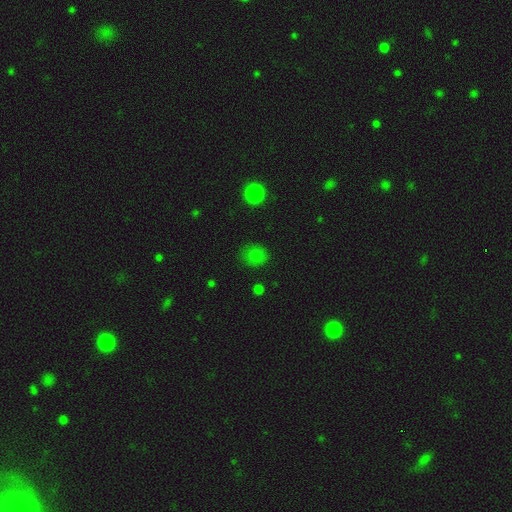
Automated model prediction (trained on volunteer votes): A smooth galaxy with no disk features (78%) that is round (80%).

Vote fractions:
- Smooth or featured? smooth: 78% / star or artifact: 16% / featured or disk: 7%
- How rounded? round: 80% / in between: 19% / cigar-shaped: 1%
- Merging? none: 80% / minor disturbance: 14% / major disturbance: 4% / merger: 2%